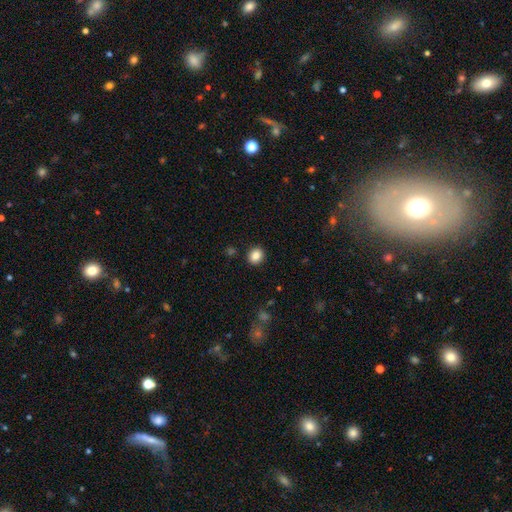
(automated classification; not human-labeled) Smooth or featured?
  - smooth: 86% *
  - star or artifact: 10%
  - featured or disk: 4%
How rounded?
  - round: 74% *
  - in between: 25%
  - cigar-shaped: 1%
Merging?
  - none: 90% *
  - minor disturbance: 6%
  - major disturbance: 2%
  - merger: 1%